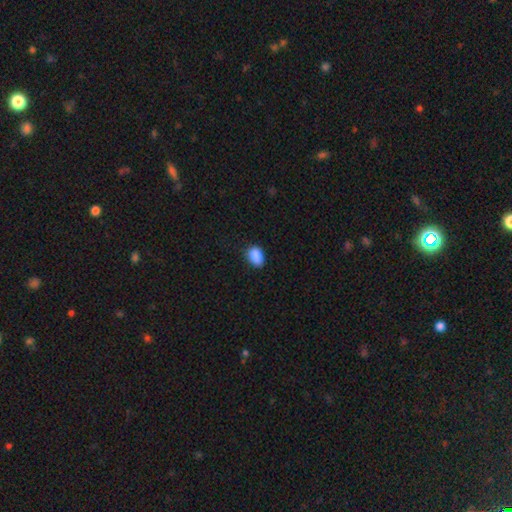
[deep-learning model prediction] A smooth galaxy with no disk features (89%) that is in between round and cigar-shaped (84%).

Vote fractions:
- Smooth or featured? smooth: 89% / star or artifact: 8% / featured or disk: 3%
- How rounded? in between: 84% / round: 14% / cigar-shaped: 1%
- Merging? none: 78% / minor disturbance: 18% / major disturbance: 3% / merger: 1%